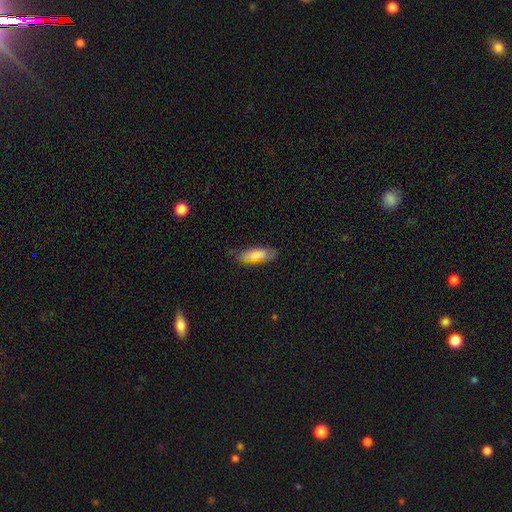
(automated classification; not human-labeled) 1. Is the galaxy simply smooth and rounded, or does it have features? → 78% smooth, 15% featured or disk, 7% star or artifact.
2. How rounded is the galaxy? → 54% in between, 44% cigar-shaped, 2% round.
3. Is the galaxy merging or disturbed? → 66% none, 26% minor disturbance, 6% major disturbance, 2% merger.